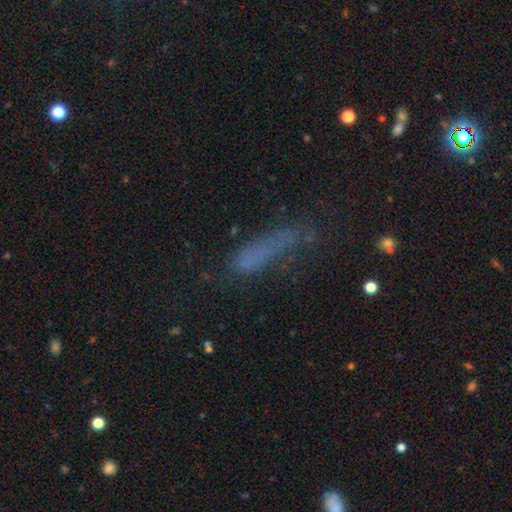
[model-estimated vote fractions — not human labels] A smooth galaxy with no disk features (58%) that is cigar-shaped (67%). Merging: none (42%).